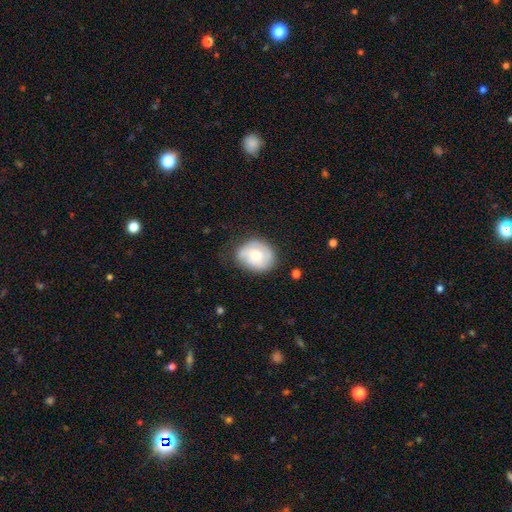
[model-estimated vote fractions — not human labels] featured or disk 50%, smooth 44%, star or artifact 6%. Down the decision tree: merging — none (68%).